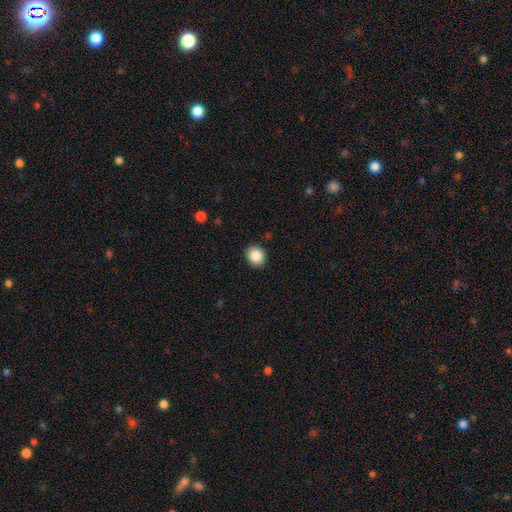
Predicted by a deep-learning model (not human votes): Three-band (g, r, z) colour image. It shows a smooth galaxy with no disk features (87%) that is round (72%). Merging: none (90%).